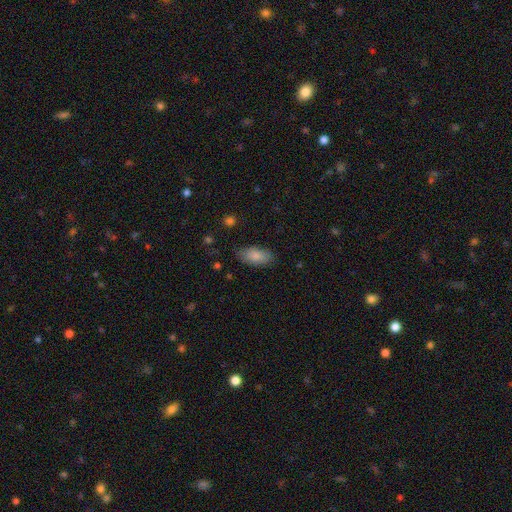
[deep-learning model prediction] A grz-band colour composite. It shows a smooth galaxy with no disk features (84%) that is in between round and cigar-shaped (90%). Merging: none (79%).